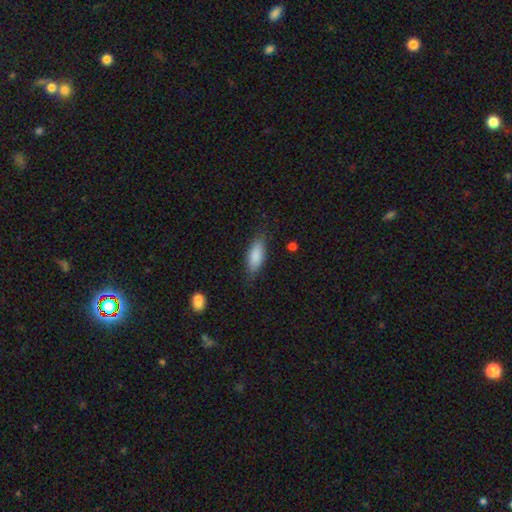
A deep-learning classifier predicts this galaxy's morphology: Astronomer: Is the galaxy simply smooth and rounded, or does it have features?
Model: smooth — 84%.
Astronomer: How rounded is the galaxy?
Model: in between — 72%.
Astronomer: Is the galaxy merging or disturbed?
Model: none — 78%.